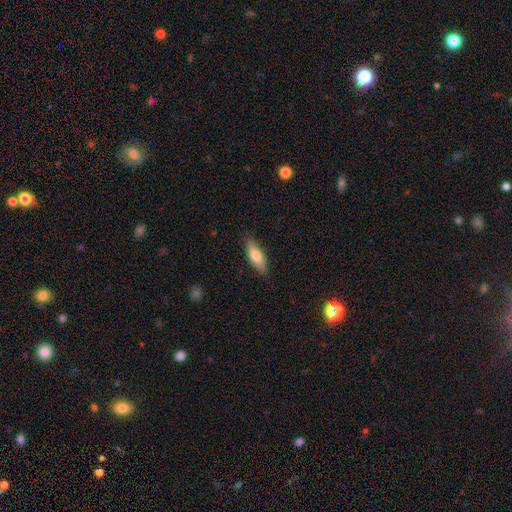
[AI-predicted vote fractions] Morphology: type=smooth (76%); roundness=in between (60%); merging=none (85%).